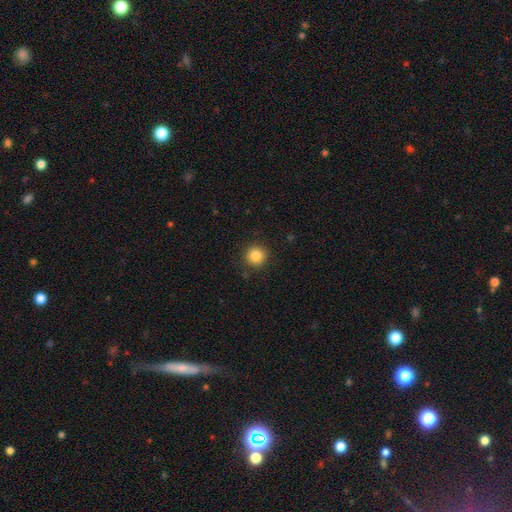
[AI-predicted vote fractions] Morphology: type=smooth (84%); roundness=round (94%); merging=none (90%).